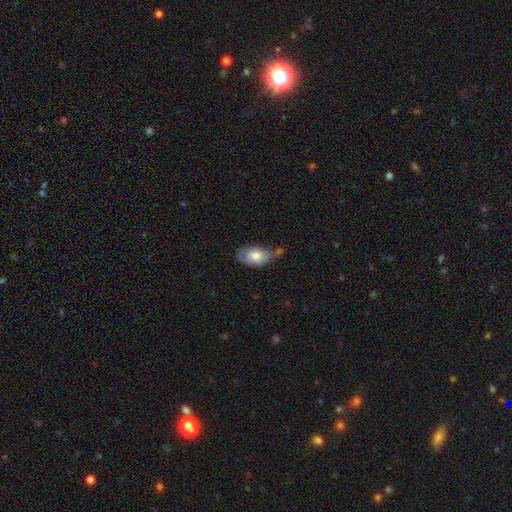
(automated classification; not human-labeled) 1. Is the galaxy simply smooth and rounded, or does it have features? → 73% smooth, 20% featured or disk, 7% star or artifact.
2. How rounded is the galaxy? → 89% in between, 10% round, 2% cigar-shaped.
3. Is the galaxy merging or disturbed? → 42% none, 35% minor disturbance, 14% merger, 10% major disturbance.